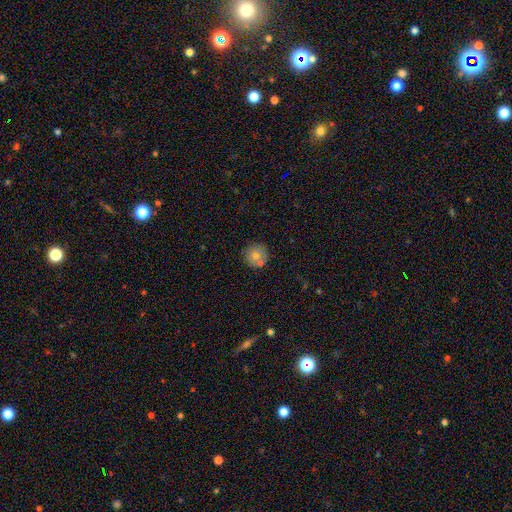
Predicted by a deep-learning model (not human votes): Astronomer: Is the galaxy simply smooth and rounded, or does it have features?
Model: smooth — 75%.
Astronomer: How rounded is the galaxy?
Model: round — 94%.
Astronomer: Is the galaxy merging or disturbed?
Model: none — 76%.